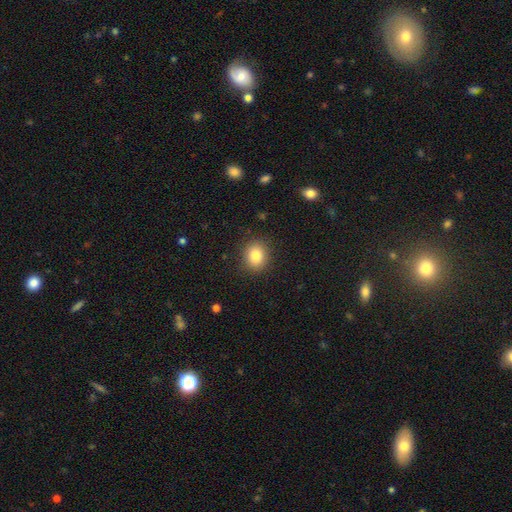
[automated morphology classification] A smooth galaxy with no disk features (83%) that is round (62%). Merging: none (88%).